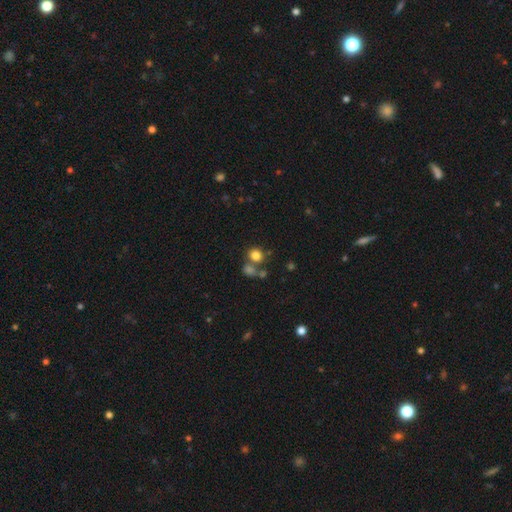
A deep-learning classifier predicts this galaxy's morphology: This appears to be a smooth galaxy with no disk features (79%) that is round (77%). Merging: none (59%).